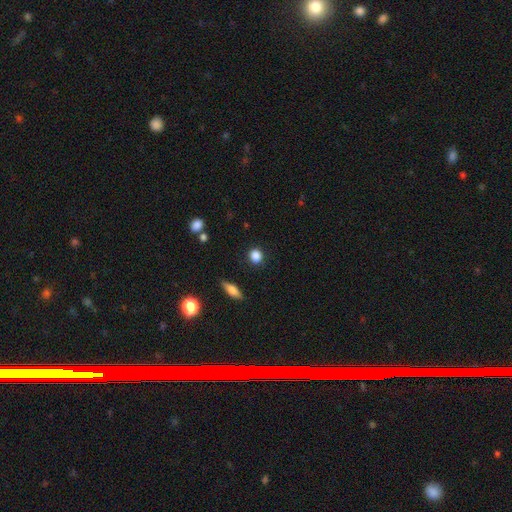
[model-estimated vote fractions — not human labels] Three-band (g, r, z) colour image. It shows a smooth galaxy with no disk features (86%) that is round (83%). Merging: none (88%).